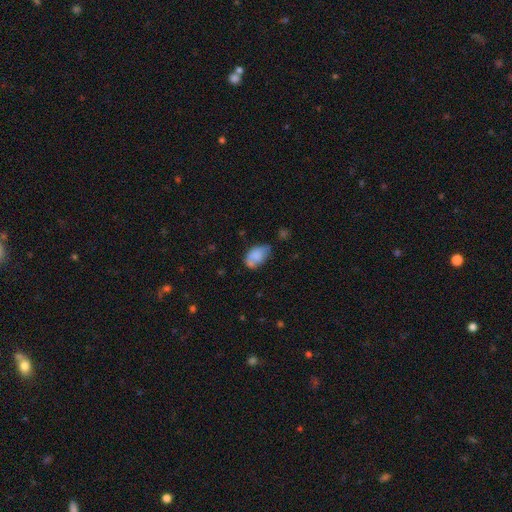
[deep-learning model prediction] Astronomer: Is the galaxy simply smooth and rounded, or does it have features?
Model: smooth — 76%.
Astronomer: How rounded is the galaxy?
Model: in between — 90%.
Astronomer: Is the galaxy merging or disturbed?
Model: none — 43% (runner-up: minor disturbance, 35%).